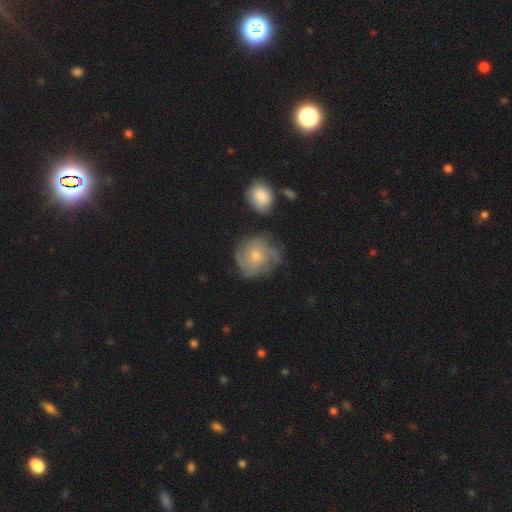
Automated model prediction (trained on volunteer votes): Q: Smooth or featured?
A: featured or disk (65%); runner-up: smooth (28%)
Q: Edge-on disk?
A: no (98%); runner-up: yes (2%)
Q: Bar?
A: no (79%); runner-up: weak (18%)
Q: Spiral arms?
A: yes (88%); runner-up: no (12%)
Q: Spiral winding?
A: tight (51%); runner-up: medium (36%)
Q: Spiral arm count?
A: can't tell (34%); runner-up: 3 (27%)
Q: Bulge size?
A: small (50%); runner-up: moderate (43%)
Q: Merging?
A: none (65%); runner-up: minor disturbance (22%)